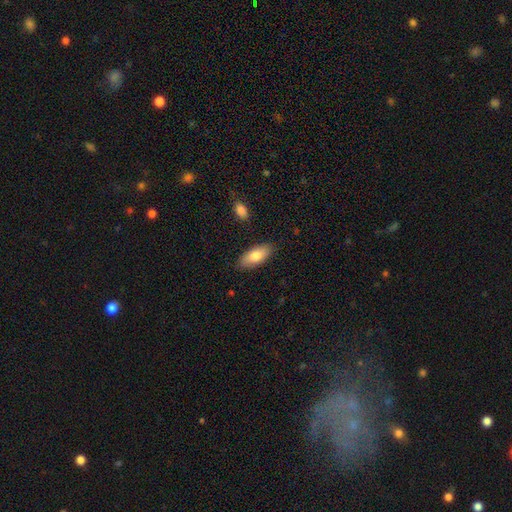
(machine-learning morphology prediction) A smooth galaxy with no disk features (78%) that is in between round and cigar-shaped (83%). Merging: none (86%).